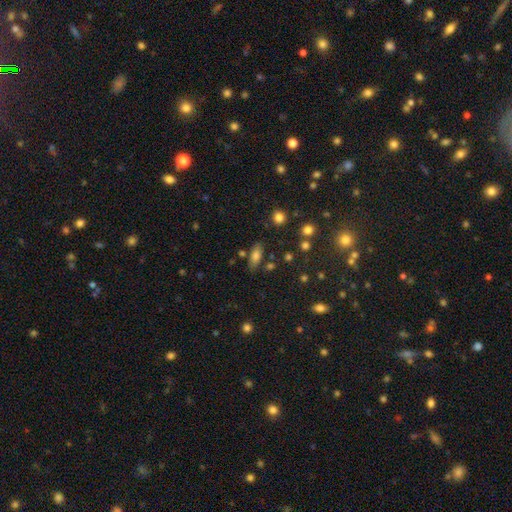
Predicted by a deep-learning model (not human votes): Smooth or featured? Predicted: smooth (p=0.77). How rounded? Predicted: in between (p=0.83). Merging? Predicted: none (p=0.76).